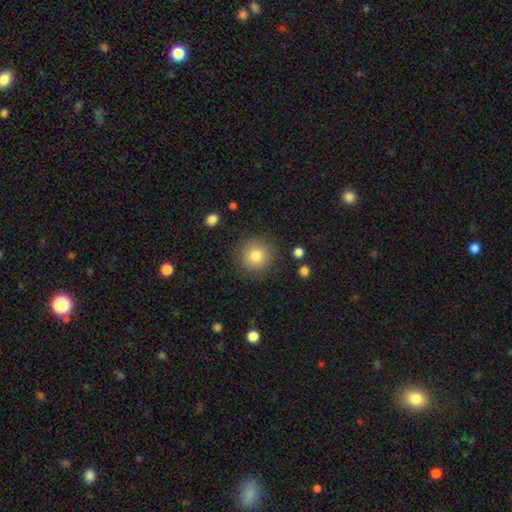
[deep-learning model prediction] The model was most divided on "smooth or featured": smooth: 81%, star or artifact: 11%, featured or disk: 9%. More confident: how rounded — round (94%); merging — none (88%).